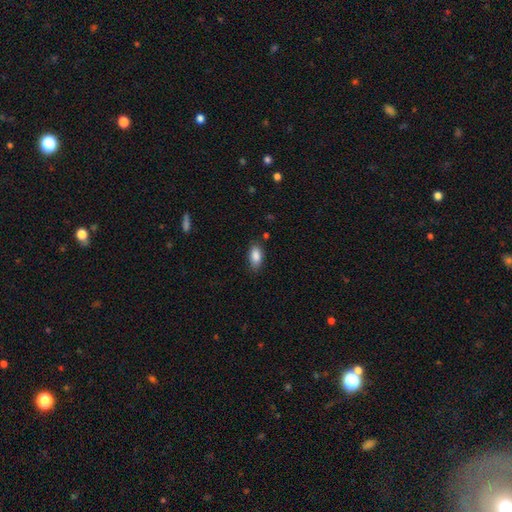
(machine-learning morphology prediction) Q: Smooth or featured?
A: smooth (88%); runner-up: star or artifact (7%)
Q: How rounded?
A: in between (91%); runner-up: cigar-shaped (6%)
Q: Merging?
A: none (82%); runner-up: minor disturbance (14%)